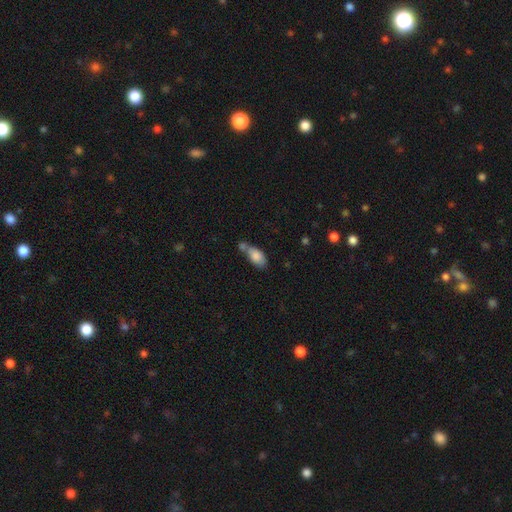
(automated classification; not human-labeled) Smooth or featured? smooth (82%)
How rounded? in between (89%)
Merging? merger (39%)